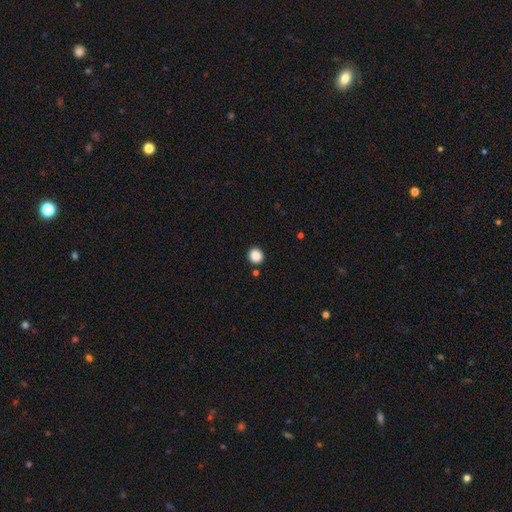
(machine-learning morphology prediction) type=smooth (87%); roundness=round (87%); merging=none (89%).